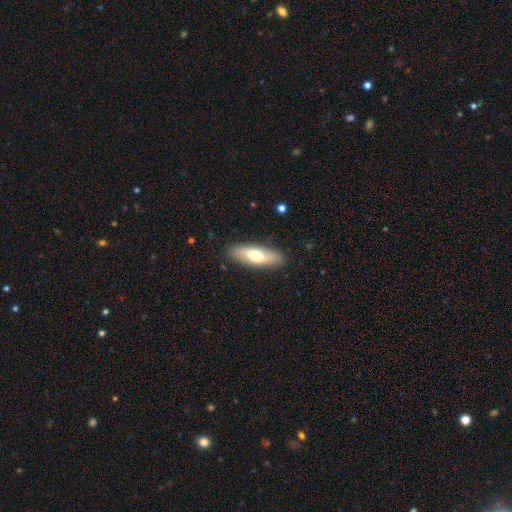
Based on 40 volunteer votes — Q: Smooth or featured?
A: smooth (80%); runner-up: featured or disk (20%)
Q: How rounded?
A: in between (78%); runner-up: cigar-shaped (22%)
Q: Merging?
A: none (88%); runner-up: minor disturbance (12%)